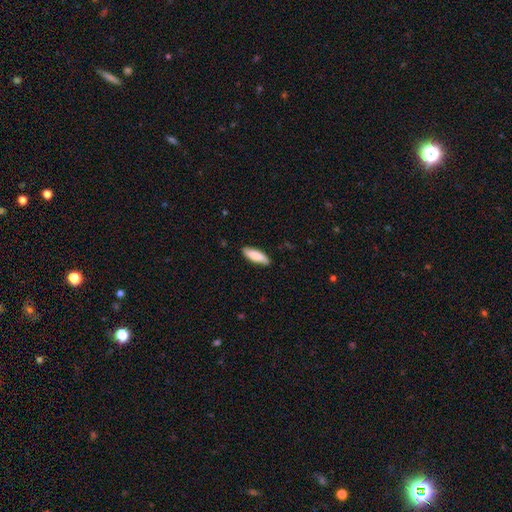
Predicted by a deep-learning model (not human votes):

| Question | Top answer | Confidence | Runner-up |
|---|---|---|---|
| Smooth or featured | smooth | 83% | featured or disk (11%) |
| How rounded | in between | 52% | cigar-shaped (46%) |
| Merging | none | 85% | minor disturbance (12%) |